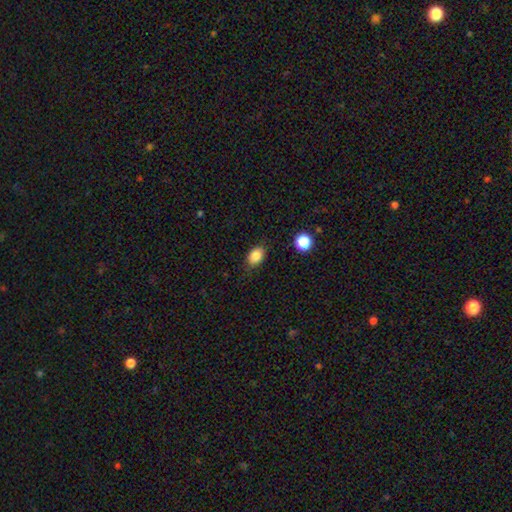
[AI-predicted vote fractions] smooth 85%, star or artifact 9%, featured or disk 6%. Down the decision tree: how rounded — in between (78%); merging — none (81%).